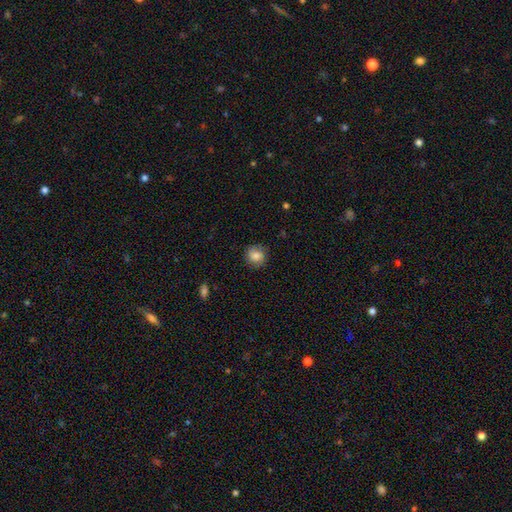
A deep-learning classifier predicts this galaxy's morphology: A smooth galaxy with no disk features (76%) that is round (85%).

Vote fractions:
- Smooth or featured? smooth: 76% / featured or disk: 14% / star or artifact: 9%
- How rounded? round: 85% / in between: 14% / cigar-shaped: 1%
- Merging? none: 82% / minor disturbance: 13% / major disturbance: 4% / merger: 1%